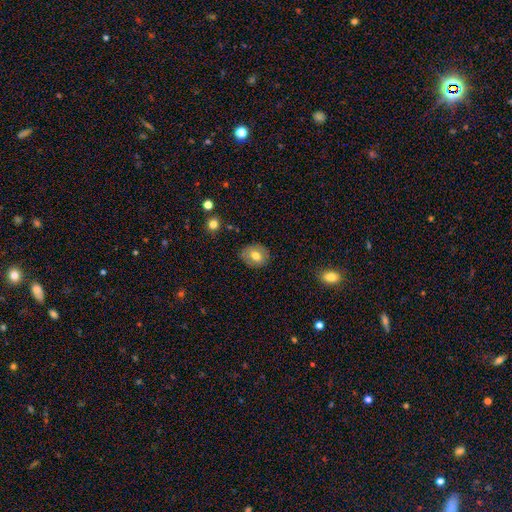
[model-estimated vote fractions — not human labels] Smooth or featured? Predicted: smooth (p=0.67). How rounded? Predicted: round (p=0.57). Merging? Predicted: none (p=0.83).